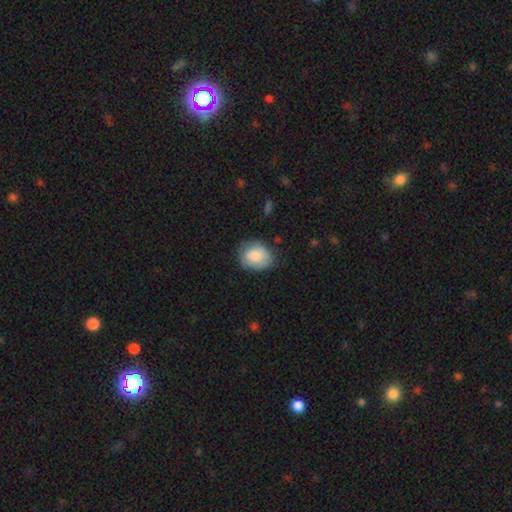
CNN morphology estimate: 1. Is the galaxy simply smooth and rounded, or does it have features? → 83% smooth, 10% featured or disk, 7% star or artifact.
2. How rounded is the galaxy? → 50% round, 49% in between, 1% cigar-shaped.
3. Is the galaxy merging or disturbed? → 71% none, 22% minor disturbance, 5% major disturbance, 1% merger.